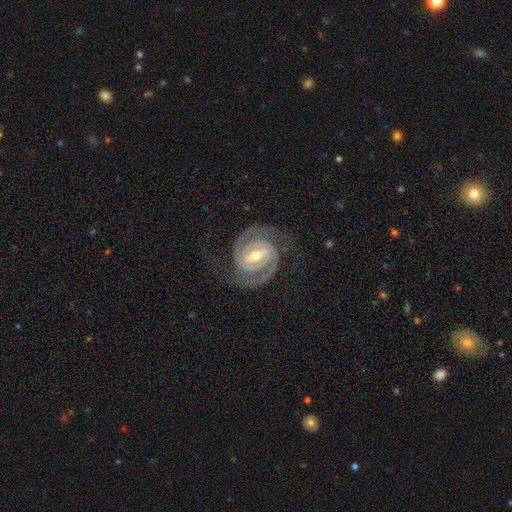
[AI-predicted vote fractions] Smooth or featured? featured or disk (94%)
Edge-on disk? no (98%)
Bar? strong (56%)
Spiral arms? yes (99%)
Spiral winding? tight (72%)
Spiral arm count? 2 (92%)
Bulge size? moderate (61%)
Merging? none (80%)